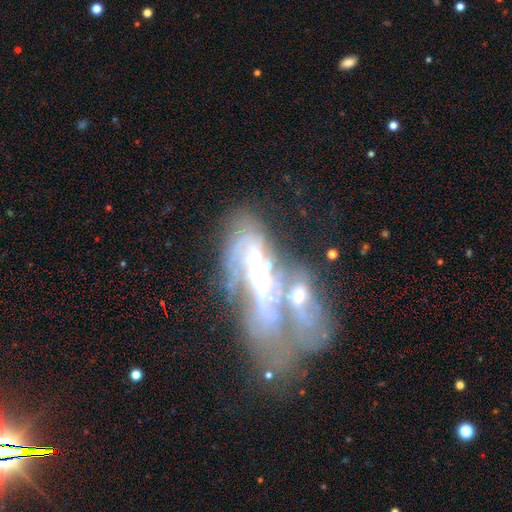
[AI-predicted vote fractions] This appears to be a featured or disk galaxy (68%) with no bar (51%), no spiral arms (58%) and a moderate central bulge (44%). Merging: merger (50%).